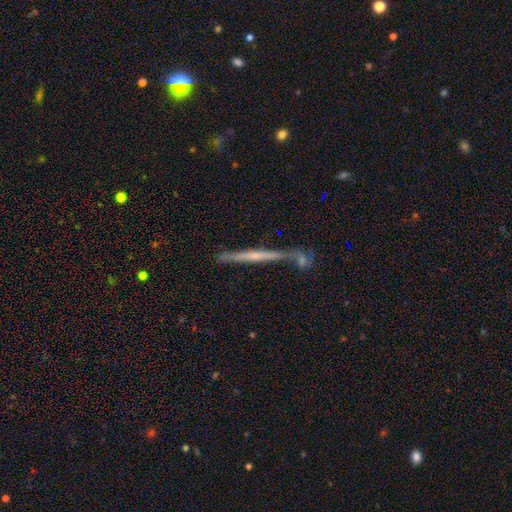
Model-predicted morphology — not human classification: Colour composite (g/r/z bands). It shows a featured or disk galaxy (67%) viewed edge-on (96%) with no central bulge (60%). Merging: none (70%).